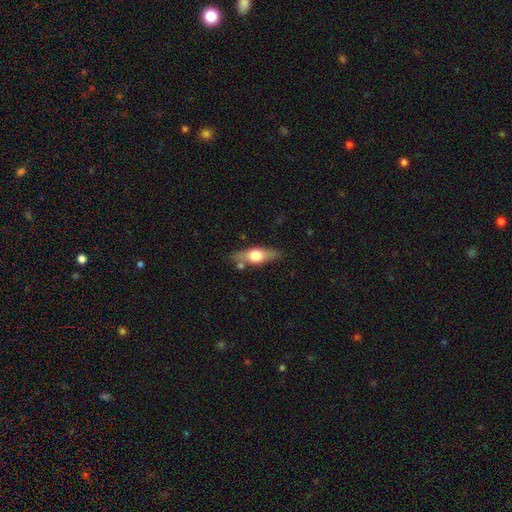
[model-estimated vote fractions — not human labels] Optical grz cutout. It shows a smooth galaxy with no disk features (53%) that is in between round and cigar-shaped (58%). Merging: none (75%).